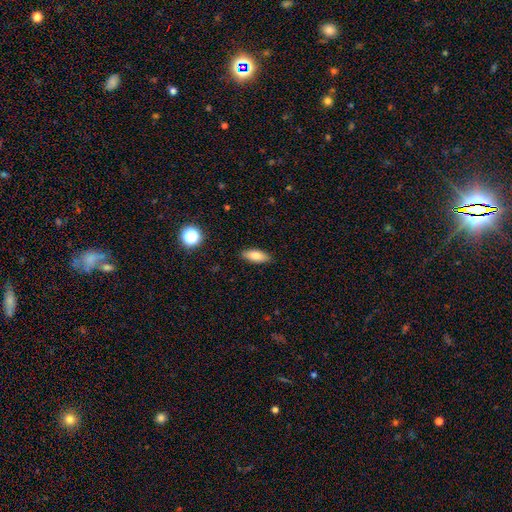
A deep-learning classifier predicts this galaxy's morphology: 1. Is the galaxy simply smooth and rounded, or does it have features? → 80% smooth, 12% featured or disk, 8% star or artifact.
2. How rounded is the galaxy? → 79% in between, 19% cigar-shaped, 3% round.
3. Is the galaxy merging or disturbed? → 88% none, 9% minor disturbance, 2% major disturbance, 1% merger.